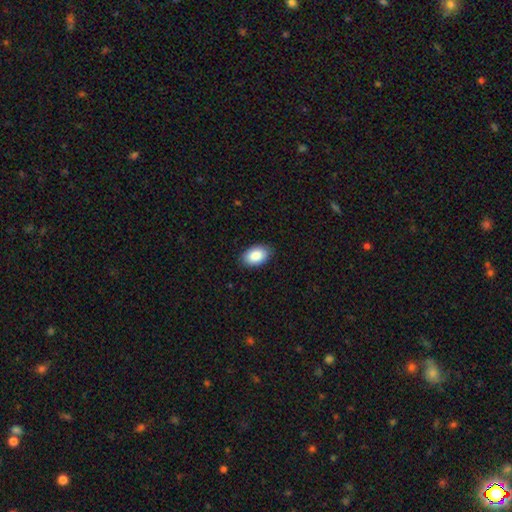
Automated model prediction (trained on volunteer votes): smooth 89%, star or artifact 6%, featured or disk 5%. Down the decision tree: how rounded — in between (92%); merging — none (87%).